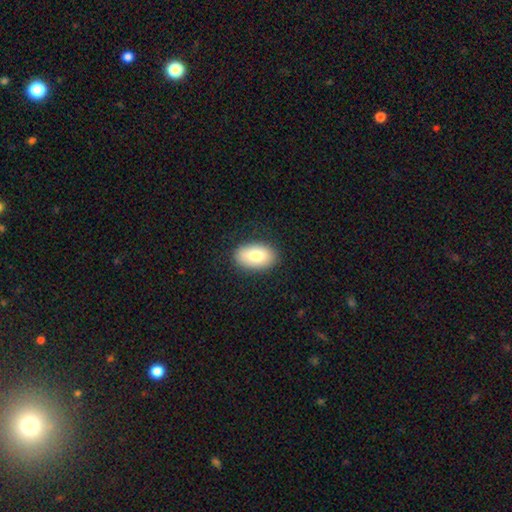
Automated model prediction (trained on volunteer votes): Smooth or featured? Predicted: smooth (p=0.80). How rounded? Predicted: in between (p=0.92). Merging? Predicted: none (p=0.86).